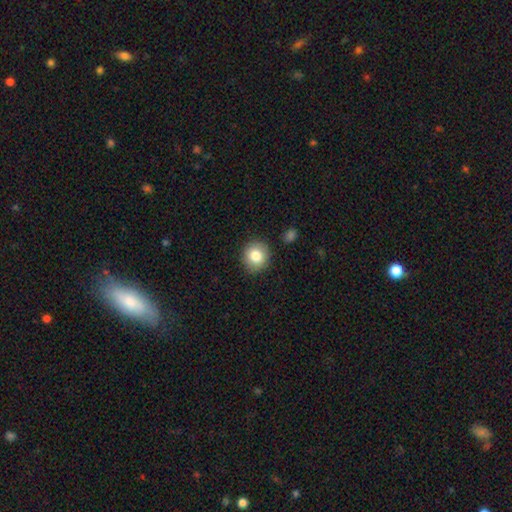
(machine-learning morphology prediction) A smooth galaxy with no disk features (82%) that is round (88%). Merging: none (88%).